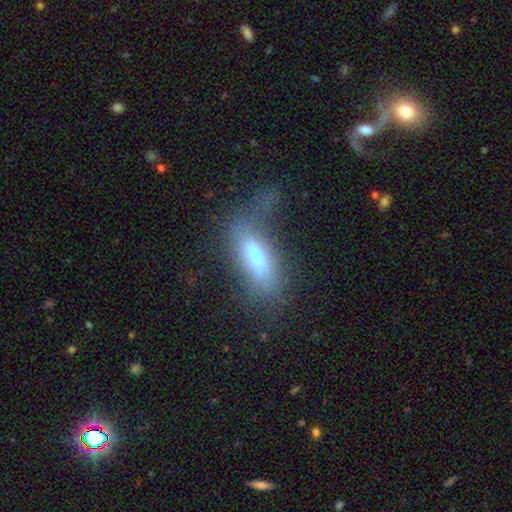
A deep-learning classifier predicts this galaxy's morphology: Smooth or featured? smooth (59%)
How rounded? in between (65%)
Merging? none (43%)